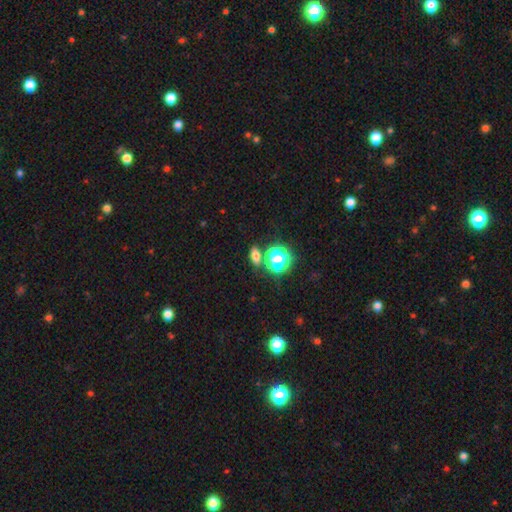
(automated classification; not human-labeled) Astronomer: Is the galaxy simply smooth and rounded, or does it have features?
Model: smooth — 69%.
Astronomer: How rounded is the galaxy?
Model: in between — 61%.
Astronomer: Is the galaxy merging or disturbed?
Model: none — 75%.